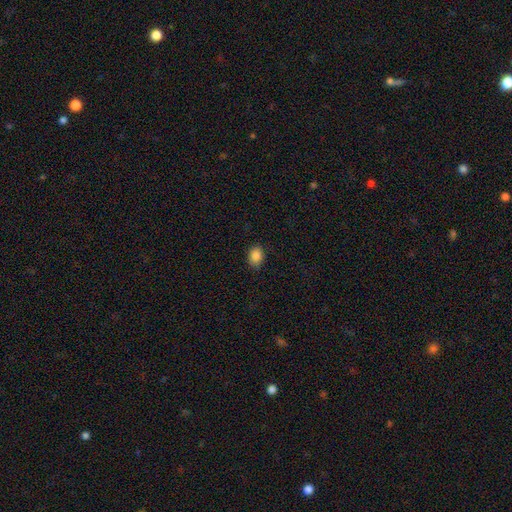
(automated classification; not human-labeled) Morphology: type=smooth (86%); roundness=in between (70%); merging=none (86%).